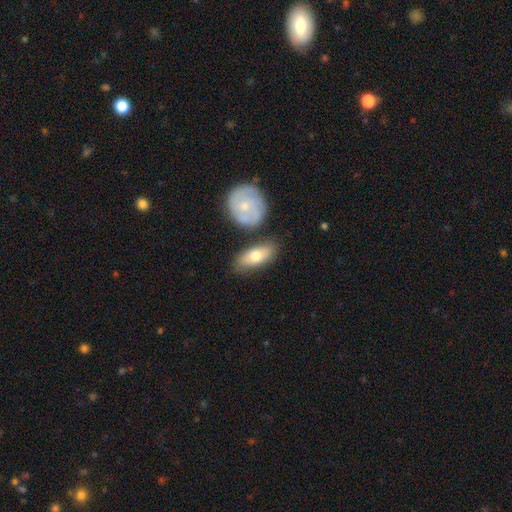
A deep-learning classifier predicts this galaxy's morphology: Overall: smooth (69%). How rounded: in between (81%). Merging: none (72%).